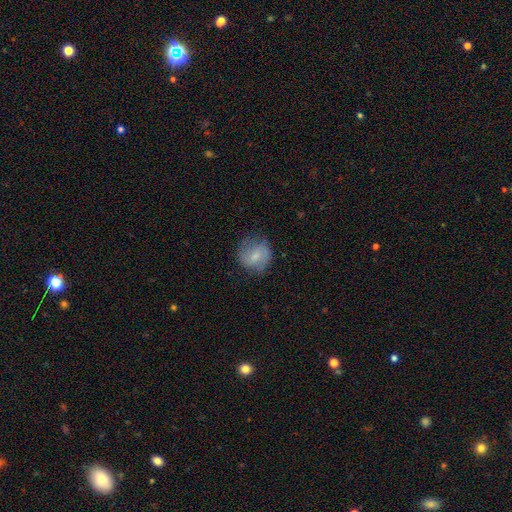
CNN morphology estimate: smooth-or-featured: smooth: 59% | featured or disk: 34% | star or artifact: 7%
  how-rounded: round: 81% | in between: 18% | cigar-shaped: 1%
  merging: none: 70% | minor disturbance: 21% | major disturbance: 8% | merger: 1%